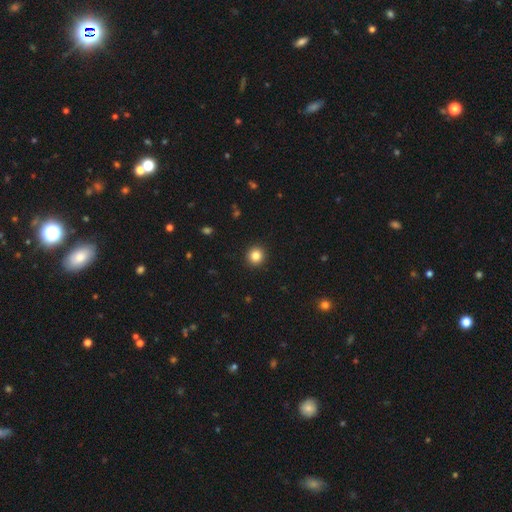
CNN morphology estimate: smooth 84%, star or artifact 11%, featured or disk 5%. Down the decision tree: how rounded — round (94%); merging — none (93%).